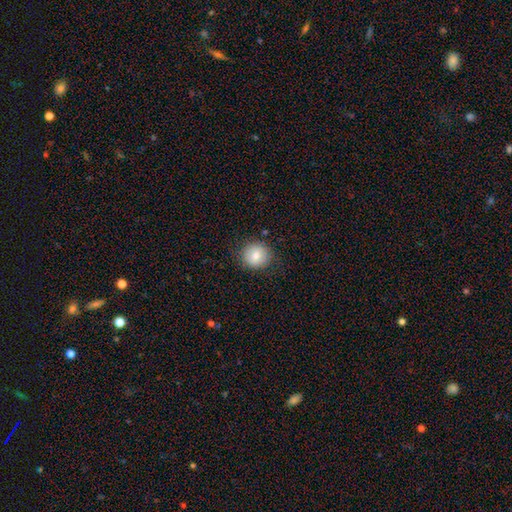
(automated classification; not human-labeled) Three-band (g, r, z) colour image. It shows a smooth galaxy with no disk features (80%) that is round (88%). Merging: none (85%).